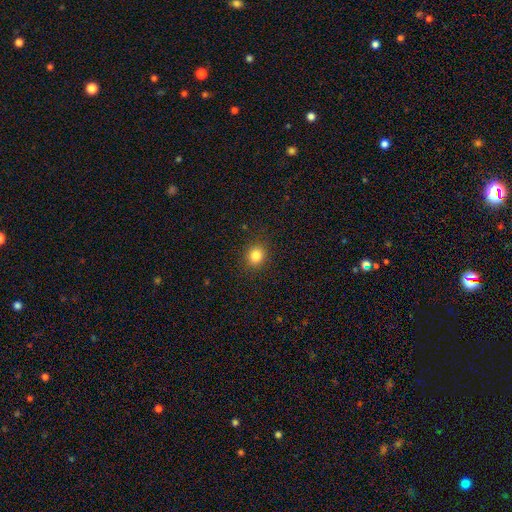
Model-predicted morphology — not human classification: This is clearly a smooth galaxy (83%). How rounded: likely round (77%). Merging: clearly none (89%).